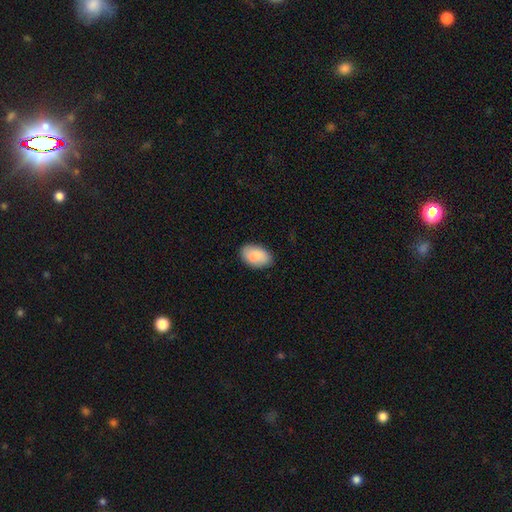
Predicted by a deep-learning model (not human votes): Overall: smooth (86%). How rounded: in between (91%). Merging: none (84%).